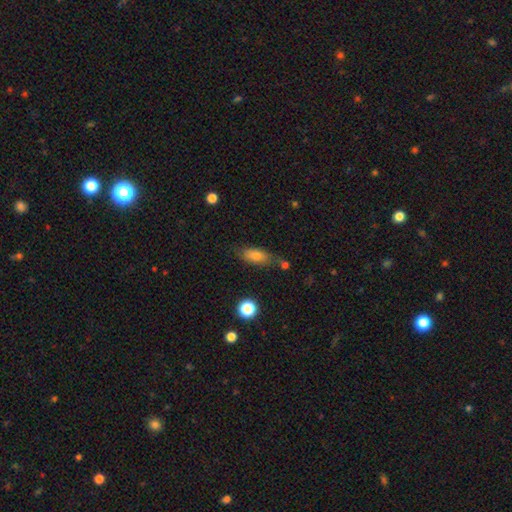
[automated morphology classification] A smooth galaxy with no disk features (75%) that is in between round and cigar-shaped (79%).

Vote fractions:
- Smooth or featured? smooth: 75% / featured or disk: 15% / star or artifact: 9%
- How rounded? in between: 79% / cigar-shaped: 16% / round: 5%
- Merging? none: 68% / minor disturbance: 19% / merger: 7% / major disturbance: 5%